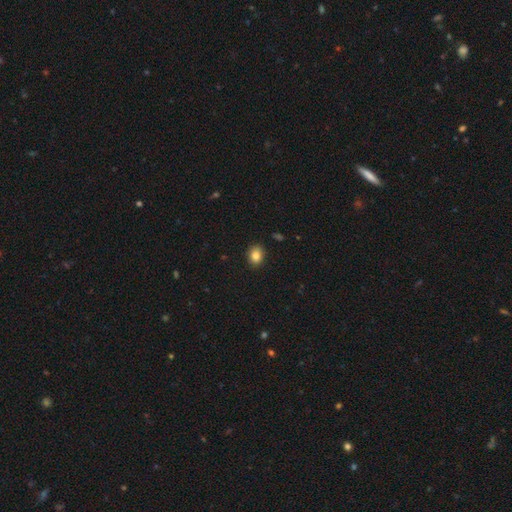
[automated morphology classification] Smooth or featured? Predicted: smooth (p=0.84). How rounded? Predicted: round (p=0.53). Merging? Predicted: none (p=0.89).